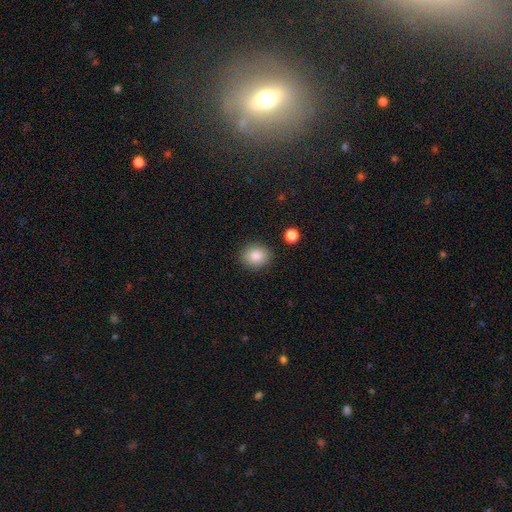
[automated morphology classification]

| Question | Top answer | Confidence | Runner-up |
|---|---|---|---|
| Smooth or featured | smooth | 86% | star or artifact (8%) |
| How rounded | round | 63% | in between (36%) |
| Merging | none | 88% | minor disturbance (8%) |